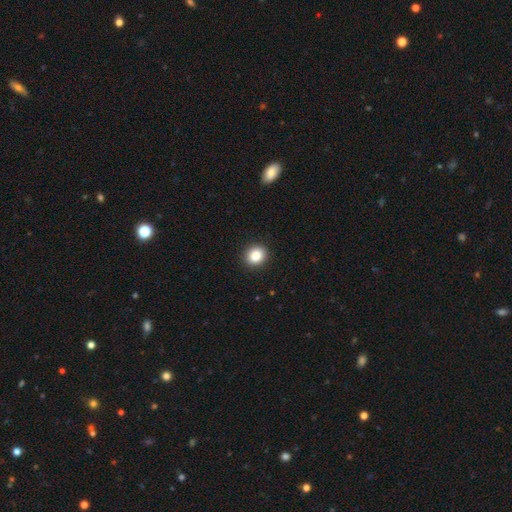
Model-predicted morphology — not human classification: type=smooth (85%); roundness=round (75%); merging=none (92%).